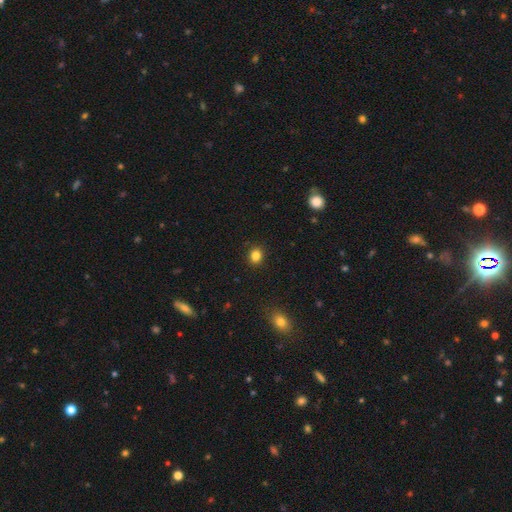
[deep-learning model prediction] smooth_or_featured: smooth (p=0.84) [alt: star or artifact p=0.12]
how_rounded: round (p=0.71) [alt: in between p=0.28]
merging: none (p=0.90) [alt: minor disturbance p=0.07]